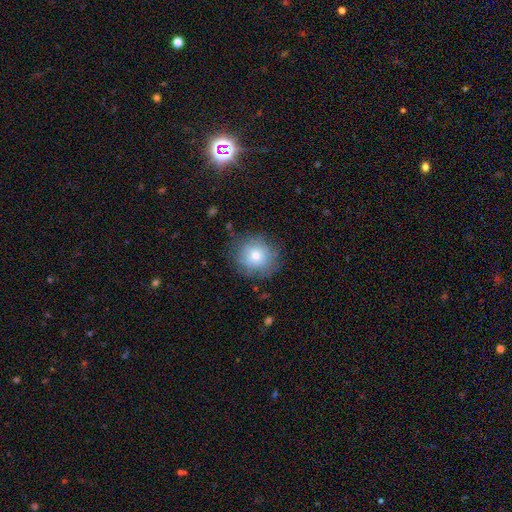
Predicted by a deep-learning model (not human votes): A smooth galaxy with no disk features (71%) that is round (89%).

Vote fractions:
- Smooth or featured? smooth: 71% / featured or disk: 19% / star or artifact: 11%
- How rounded? round: 89% / in between: 10% / cigar-shaped: 1%
- Merging? none: 78% / minor disturbance: 16% / major disturbance: 5% / merger: 1%